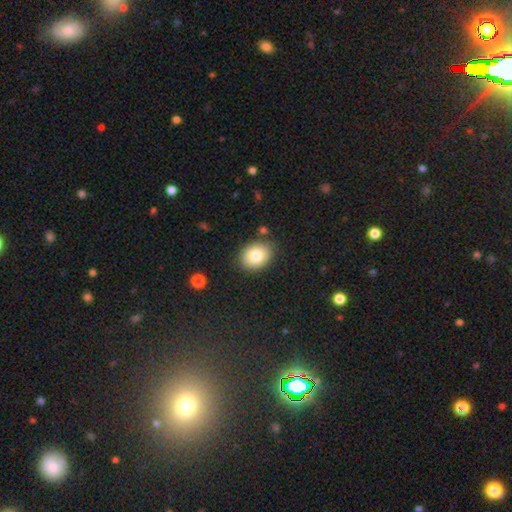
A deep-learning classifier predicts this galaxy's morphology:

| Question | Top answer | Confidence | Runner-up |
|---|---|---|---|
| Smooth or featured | smooth | 81% | featured or disk (11%) |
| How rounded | in between | 58% | round (41%) |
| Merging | none | 83% | minor disturbance (12%) |